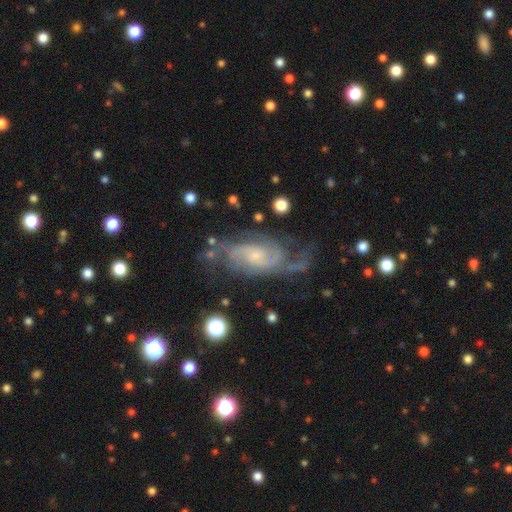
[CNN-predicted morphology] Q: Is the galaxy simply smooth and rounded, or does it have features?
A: featured or disk — 86%.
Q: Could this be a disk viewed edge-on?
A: no — 96%.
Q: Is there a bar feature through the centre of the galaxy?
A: no — 60%.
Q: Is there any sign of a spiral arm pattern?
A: yes — 96%.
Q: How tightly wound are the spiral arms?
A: medium — 46%.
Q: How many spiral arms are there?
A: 2 — 56%.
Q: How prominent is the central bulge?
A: small — 65%.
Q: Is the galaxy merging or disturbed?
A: none — 55%.